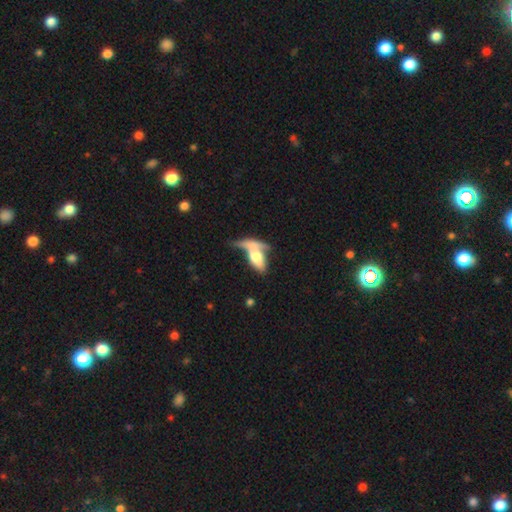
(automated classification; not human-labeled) smooth 62%, featured or disk 30%, star or artifact 8%. Down the decision tree: how rounded — in between (67%); merging — merger (46%).